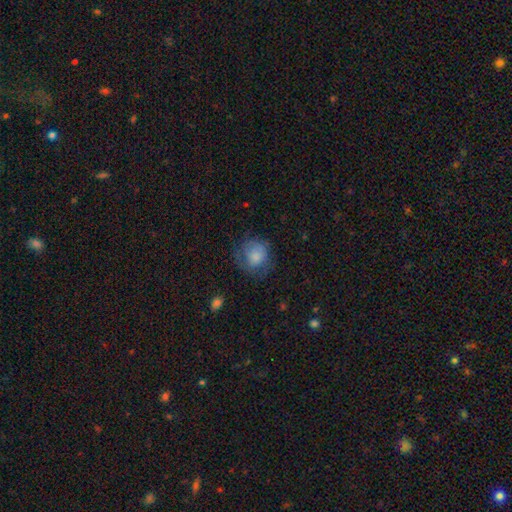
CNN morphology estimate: Smooth or featured? Predicted: smooth (p=0.71). How rounded? Predicted: round (p=0.78). Merging? Predicted: none (p=0.51).